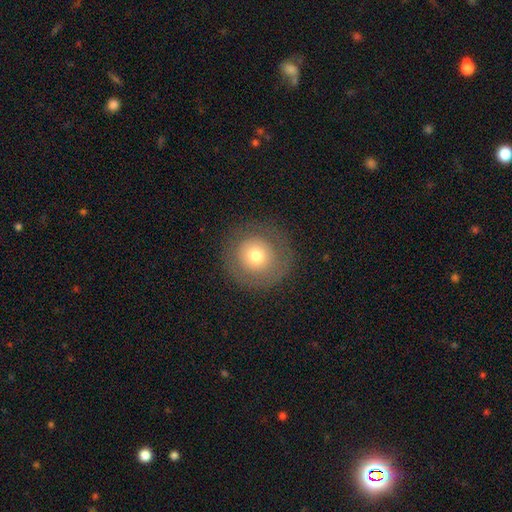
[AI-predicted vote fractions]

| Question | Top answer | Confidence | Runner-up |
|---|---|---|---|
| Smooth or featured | smooth | 66% | featured or disk (23%) |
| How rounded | round | 94% | in between (5%) |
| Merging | none | 82% | minor disturbance (11%) |